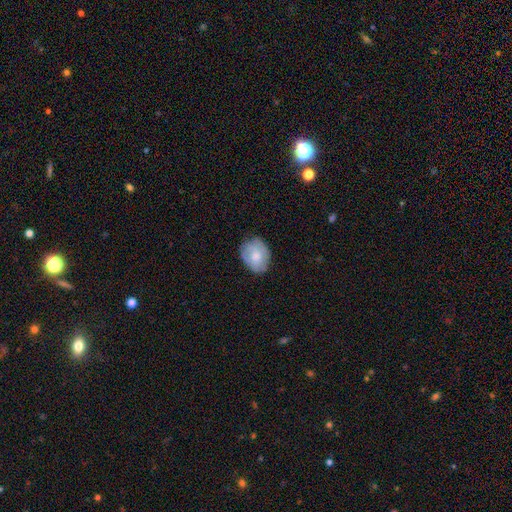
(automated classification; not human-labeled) smooth-or-featured: smooth: 67% | featured or disk: 26% | star or artifact: 7%
  how-rounded: in between: 56% | round: 43% | cigar-shaped: 1%
  merging: none: 73% | minor disturbance: 21% | major disturbance: 5% | merger: 1%